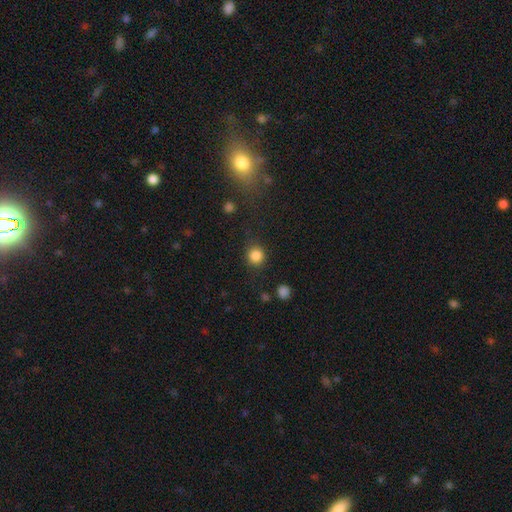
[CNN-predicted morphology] Overall: smooth (85%). How rounded: round (91%). Merging: none (83%).